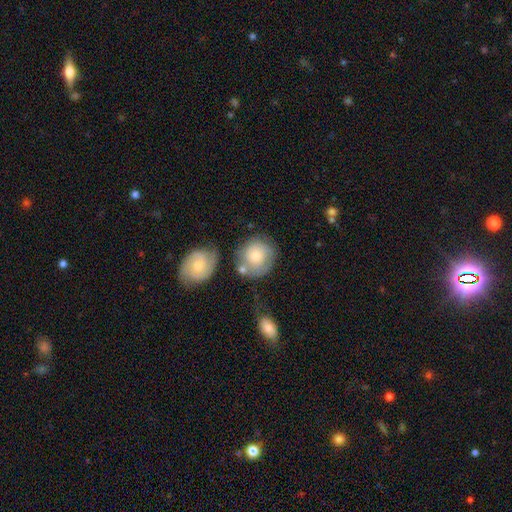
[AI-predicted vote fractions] A smooth galaxy with no disk features (65%) that is round (83%).

Vote fractions:
- Smooth or featured? smooth: 65% / featured or disk: 29% / star or artifact: 7%
- How rounded? round: 83% / in between: 16% / cigar-shaped: 1%
- Merging? none: 54% / minor disturbance: 20% / merger: 18% / major disturbance: 8%